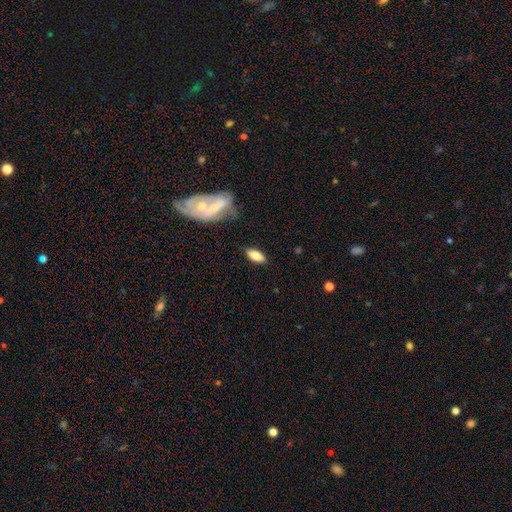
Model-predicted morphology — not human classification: The model was most divided on "how rounded": in between: 82%, cigar-shaped: 16%, round: 2%. More confident: merging — none (81%); smooth or featured — smooth (81%).